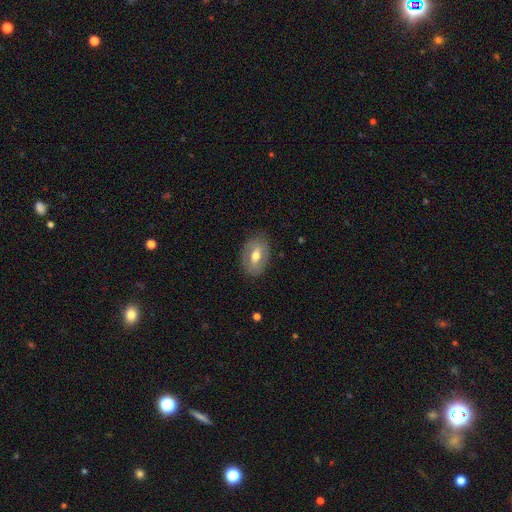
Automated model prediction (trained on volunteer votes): Q: Smooth or featured?
A: featured or disk (47%); runner-up: smooth (46%)
Q: Merging?
A: none (81%); runner-up: minor disturbance (14%)